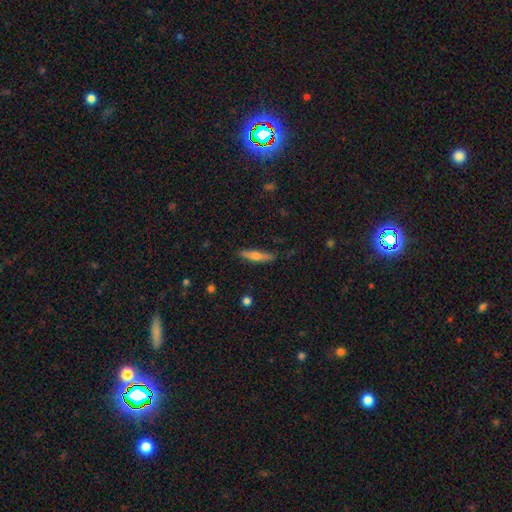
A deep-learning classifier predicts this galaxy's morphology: smooth 58%, featured or disk 35%, star or artifact 7%. Down the decision tree: how rounded — cigar-shaped (79%); merging — none (84%).